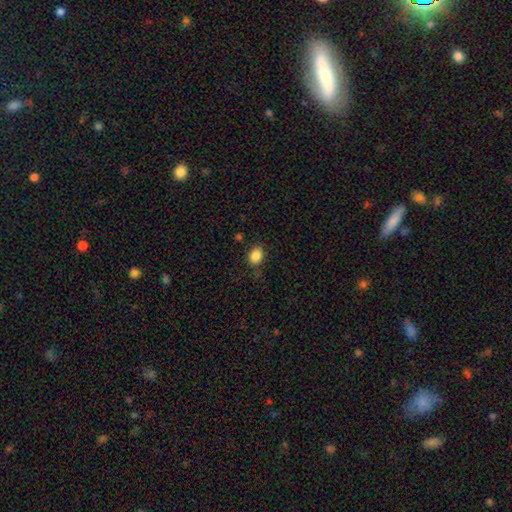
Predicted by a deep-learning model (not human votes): smooth_or_featured: smooth (p=0.87) [alt: star or artifact p=0.09]
how_rounded: in between (p=0.66) [alt: round p=0.33]
merging: none (p=0.80) [alt: minor disturbance p=0.14]